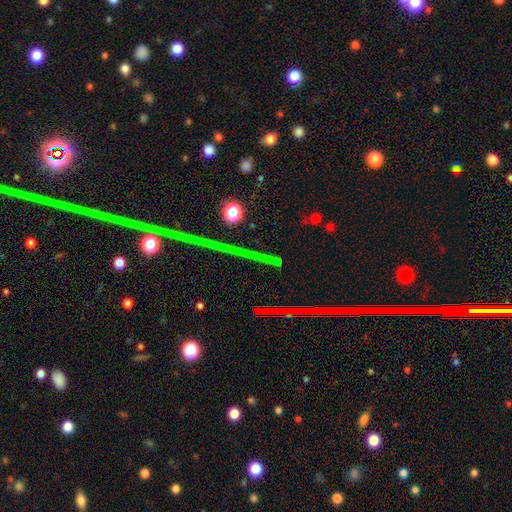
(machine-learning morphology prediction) Smooth or featured: star or artifact — 74% (featured or disk — 15%)